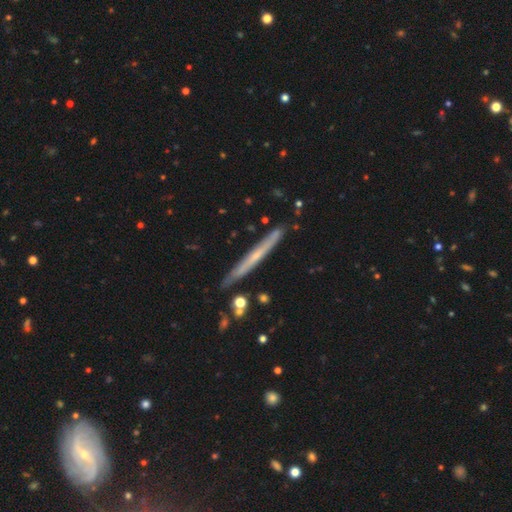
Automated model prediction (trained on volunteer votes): Q: Smooth or featured?
A: featured or disk (61%); runner-up: smooth (33%)
Q: Edge-on disk?
A: yes (95%); runner-up: no (5%)
Q: Edge-on bulge?
A: none (68%); runner-up: rounded (29%)
Q: Merging?
A: none (86%); runner-up: minor disturbance (10%)